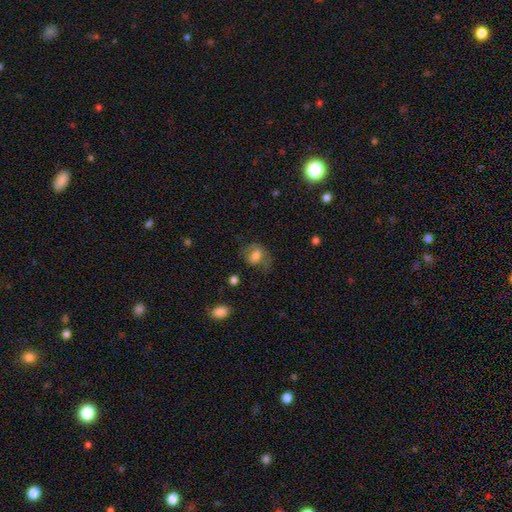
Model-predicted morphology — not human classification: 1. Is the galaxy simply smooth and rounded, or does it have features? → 67% smooth, 23% featured or disk, 10% star or artifact.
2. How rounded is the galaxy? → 60% in between, 38% round, 1% cigar-shaped.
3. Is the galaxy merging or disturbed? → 52% none, 25% minor disturbance, 22% major disturbance, 2% merger.